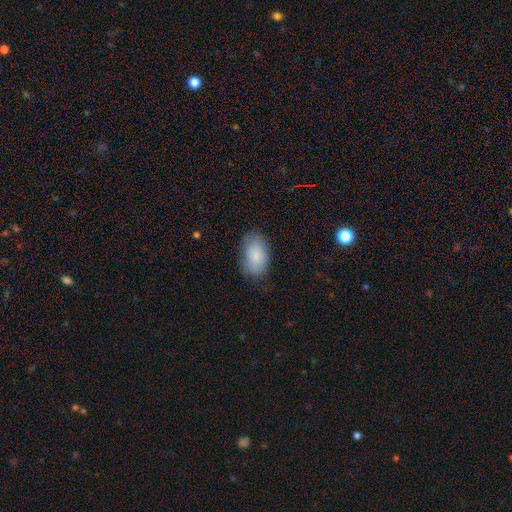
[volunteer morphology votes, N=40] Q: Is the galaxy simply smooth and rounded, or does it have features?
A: smooth — 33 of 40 (82%).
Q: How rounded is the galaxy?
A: in between — 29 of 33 (88%).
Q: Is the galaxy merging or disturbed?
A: none — 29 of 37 (78%).